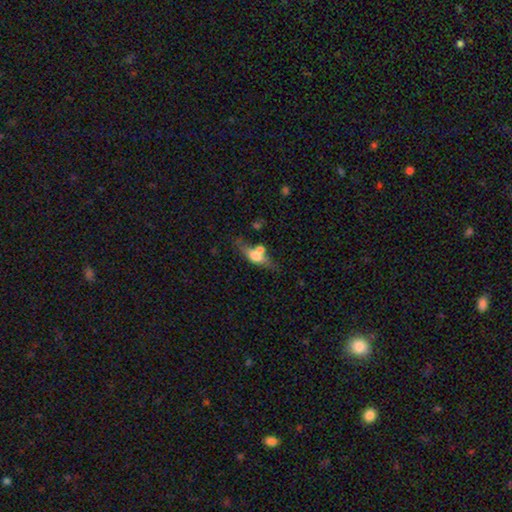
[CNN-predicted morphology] This is possibly a smooth galaxy (51%). How rounded: possibly in between (53%). Merging: possibly none (53%).